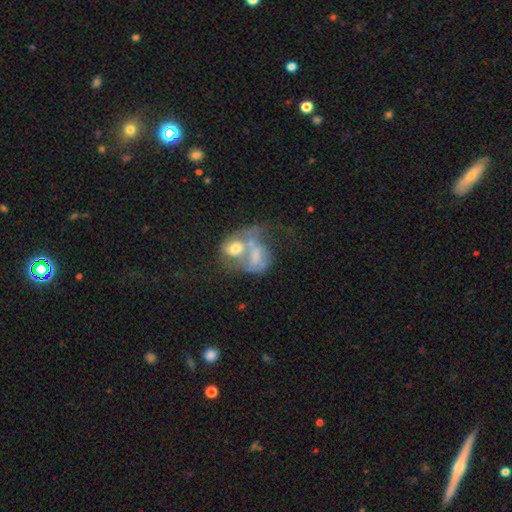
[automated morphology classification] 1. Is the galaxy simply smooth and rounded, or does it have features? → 51% featured or disk, 39% smooth, 10% star or artifact.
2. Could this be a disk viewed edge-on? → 97% no, 3% yes.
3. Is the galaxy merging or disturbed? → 65% merger, 18% major disturbance, 10% none, 7% minor disturbance.